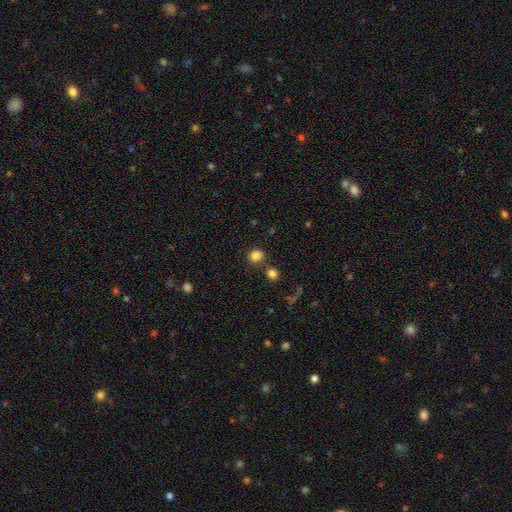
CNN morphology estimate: Smooth or featured? smooth (84%)
How rounded? round (71%)
Merging? none (72%)